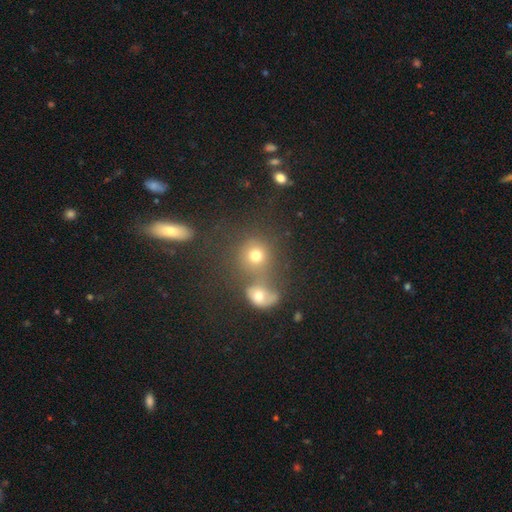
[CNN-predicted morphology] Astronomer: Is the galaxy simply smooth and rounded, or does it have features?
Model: smooth — 72%.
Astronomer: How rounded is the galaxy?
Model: round — 83%.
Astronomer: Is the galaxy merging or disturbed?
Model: merger — 46% (runner-up: none, 39%).